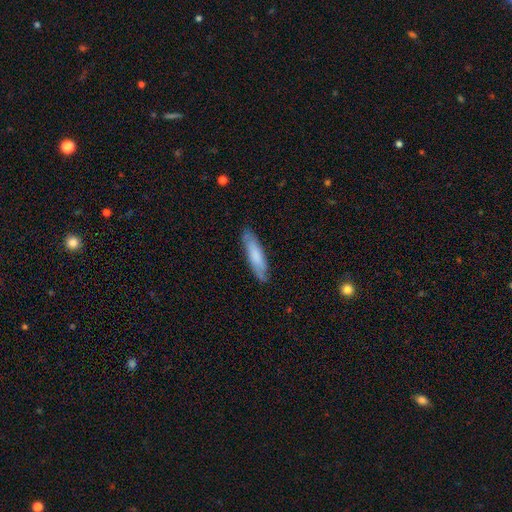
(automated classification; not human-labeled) Q: Smooth or featured?
A: smooth (67%); runner-up: featured or disk (27%)
Q: How rounded?
A: cigar-shaped (75%); runner-up: in between (24%)
Q: Merging?
A: none (82%); runner-up: minor disturbance (14%)